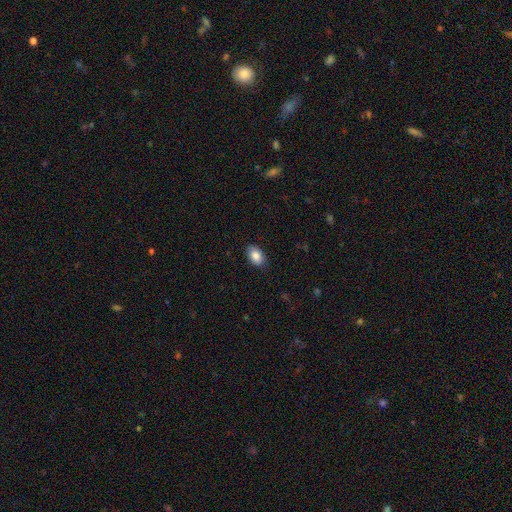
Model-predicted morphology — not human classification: A smooth galaxy with no disk features (87%) that is in between round and cigar-shaped (89%).

Vote fractions:
- Smooth or featured? smooth: 87% / star or artifact: 7% / featured or disk: 6%
- How rounded? in between: 89% / round: 10% / cigar-shaped: 1%
- Merging? none: 87% / minor disturbance: 10% / major disturbance: 2% / merger: 1%